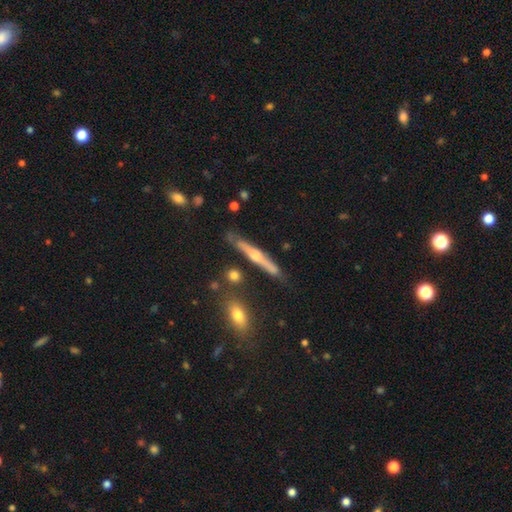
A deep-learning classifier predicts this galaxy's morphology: Smooth or featured? featured or disk (67%)
Edge-on disk? yes (95%)
Edge-on bulge? rounded (77%)
Merging? none (81%)